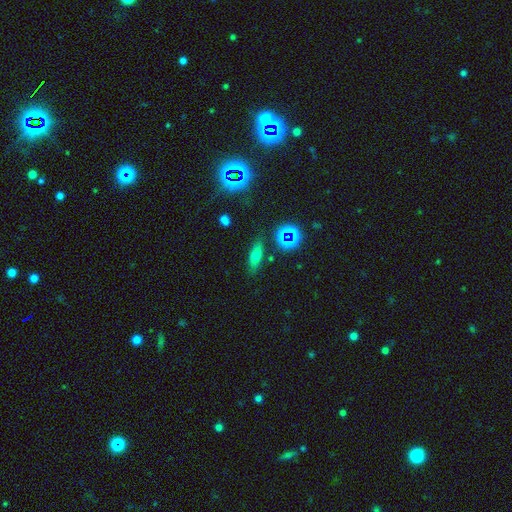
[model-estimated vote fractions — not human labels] Morphology: type=smooth (62%); roundness=in between (55%); merging=none (80%).